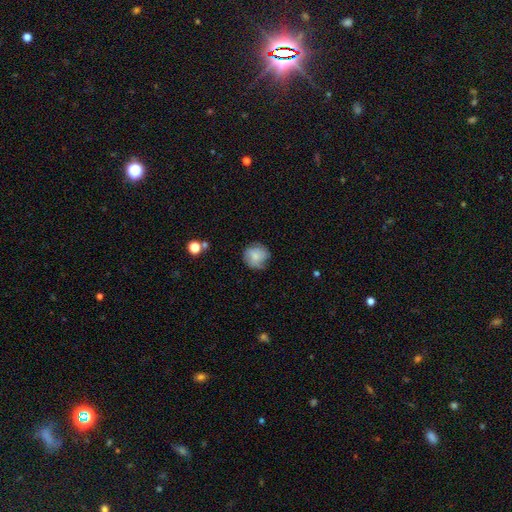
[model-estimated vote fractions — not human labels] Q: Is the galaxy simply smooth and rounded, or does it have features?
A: smooth — 65%.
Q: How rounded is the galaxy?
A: round — 89%.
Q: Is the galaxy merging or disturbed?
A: none — 71%.